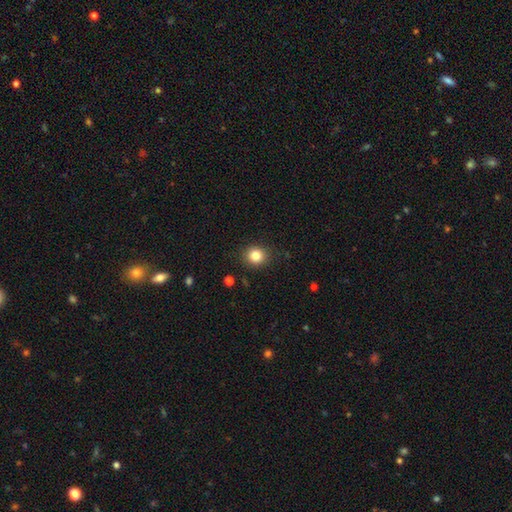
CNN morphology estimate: smooth-or-featured: smooth: 83% | star or artifact: 11% | featured or disk: 6%
  how-rounded: round: 81% | in between: 18% | cigar-shaped: 1%
  merging: none: 88% | minor disturbance: 8% | major disturbance: 2% | merger: 1%